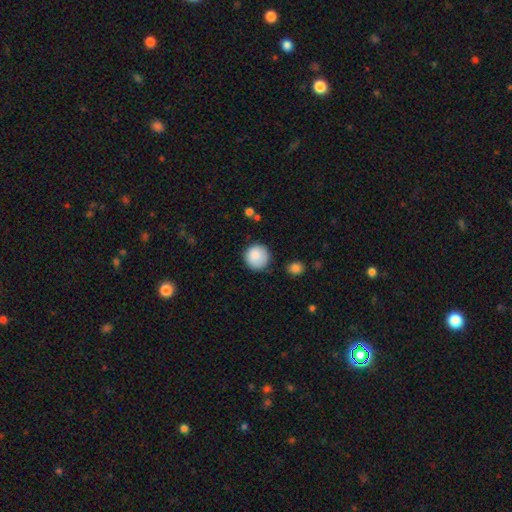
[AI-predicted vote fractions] smooth_or_featured: smooth (p=0.87) [alt: star or artifact p=0.08]
how_rounded: round (p=0.94) [alt: in between p=0.05]
merging: none (p=0.80) [alt: minor disturbance p=0.14]